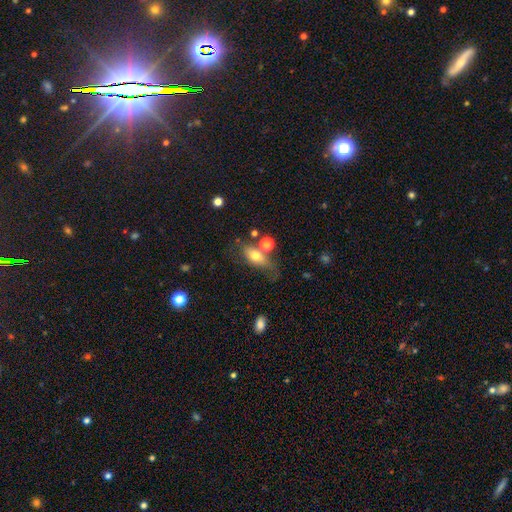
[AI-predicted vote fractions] Overall: smooth (68%). How rounded: in between (77%). Merging: none (48%; minor disturbance 21%).